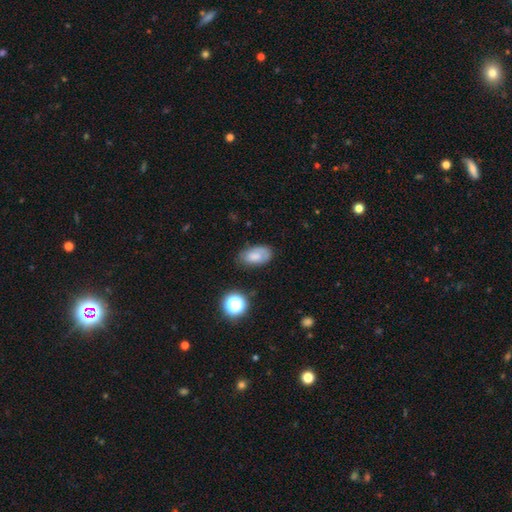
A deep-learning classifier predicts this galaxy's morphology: Q: Smooth or featured?
A: smooth (66%); runner-up: featured or disk (23%)
Q: How rounded?
A: in between (90%); runner-up: round (8%)
Q: Merging?
A: none (67%); runner-up: minor disturbance (24%)